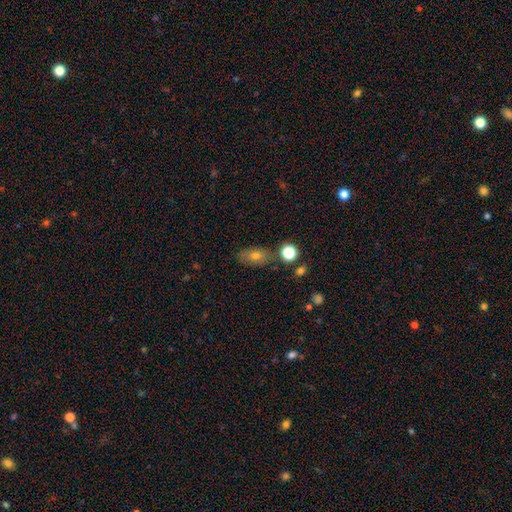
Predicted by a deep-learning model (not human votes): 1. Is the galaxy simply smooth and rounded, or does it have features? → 70% smooth, 17% featured or disk, 13% star or artifact.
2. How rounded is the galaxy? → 81% in between, 15% round, 4% cigar-shaped.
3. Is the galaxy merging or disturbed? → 75% none, 15% minor disturbance, 6% merger, 4% major disturbance.